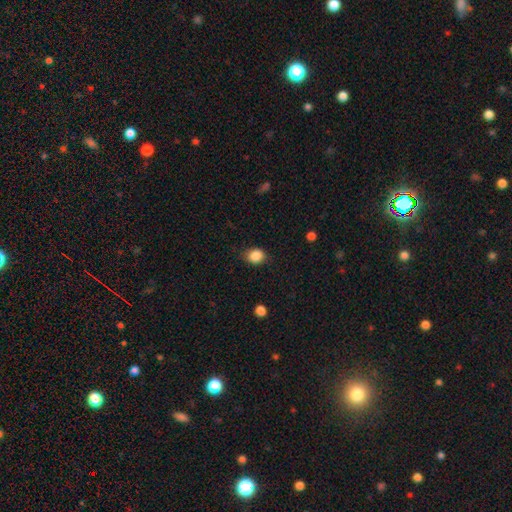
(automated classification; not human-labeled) Smooth or featured? smooth (87%)
How rounded? round (56%)
Merging? none (79%)